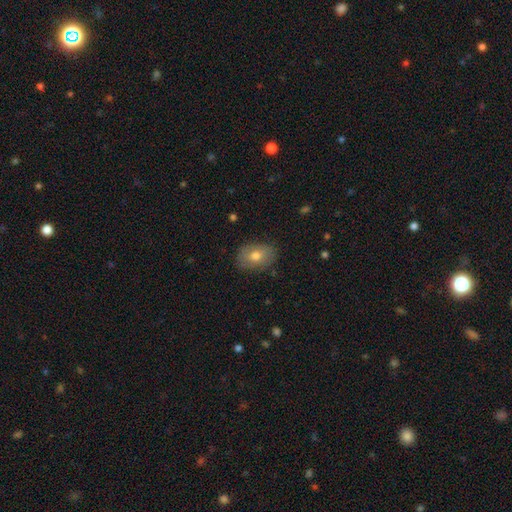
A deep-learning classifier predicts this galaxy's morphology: smooth 73%, featured or disk 18%, star or artifact 8%. Down the decision tree: how rounded — in between (78%); merging — none (82%).